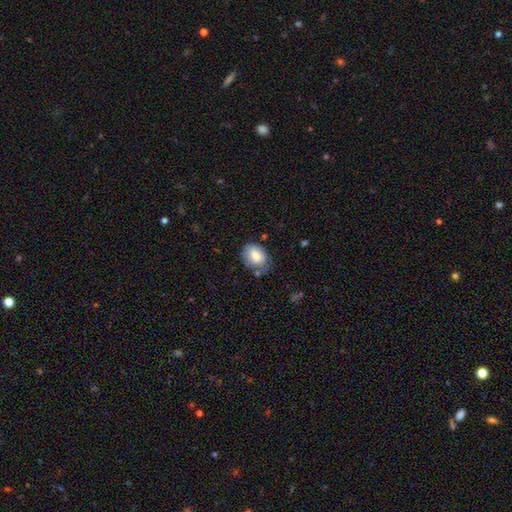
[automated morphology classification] Q: Smooth or featured?
A: smooth (77%); runner-up: featured or disk (15%)
Q: How rounded?
A: in between (69%); runner-up: round (30%)
Q: Merging?
A: none (56%); runner-up: minor disturbance (29%)